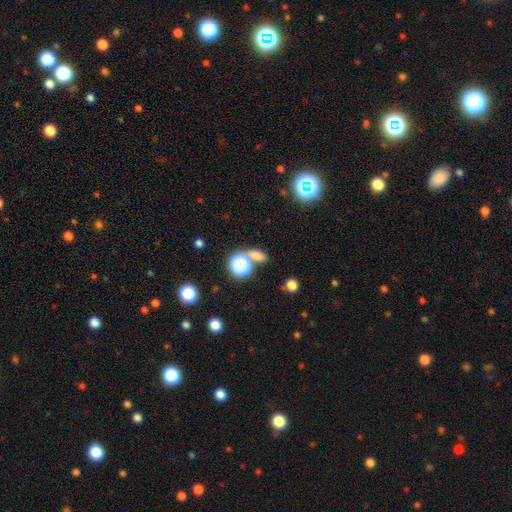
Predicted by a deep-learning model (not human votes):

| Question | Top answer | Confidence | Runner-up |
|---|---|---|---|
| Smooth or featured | smooth | 65% | star or artifact (25%) |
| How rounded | in between | 61% | round (32%) |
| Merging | none | 63% | merger (23%) |